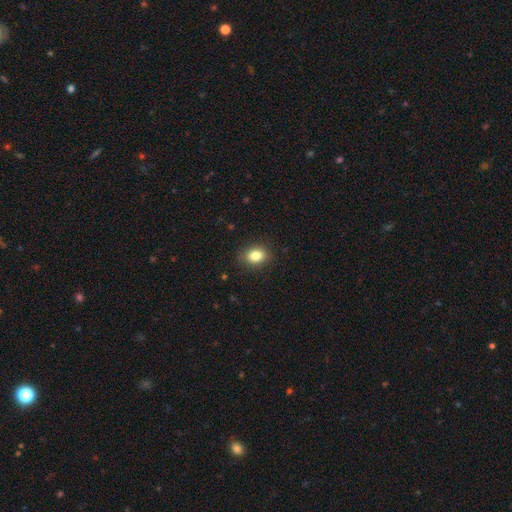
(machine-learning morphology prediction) Q: Smooth or featured?
A: smooth (83%); runner-up: star or artifact (10%)
Q: How rounded?
A: in between (65%); runner-up: round (34%)
Q: Merging?
A: none (87%); runner-up: minor disturbance (9%)